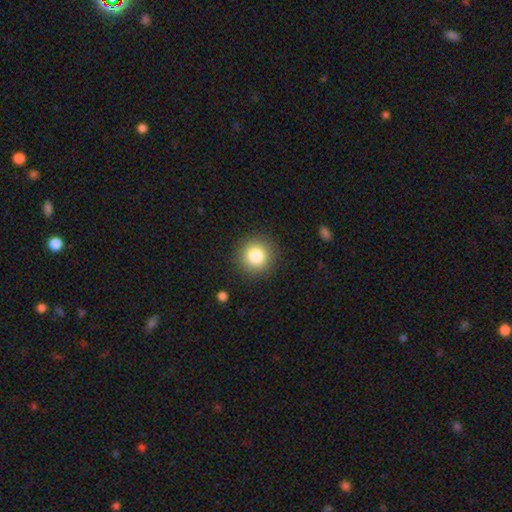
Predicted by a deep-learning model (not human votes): smooth-or-featured: smooth: 82% | star or artifact: 11% | featured or disk: 8%
  how-rounded: round: 94% | in between: 5% | cigar-shaped: 1%
  merging: none: 90% | minor disturbance: 6% | major disturbance: 3% | merger: 1%